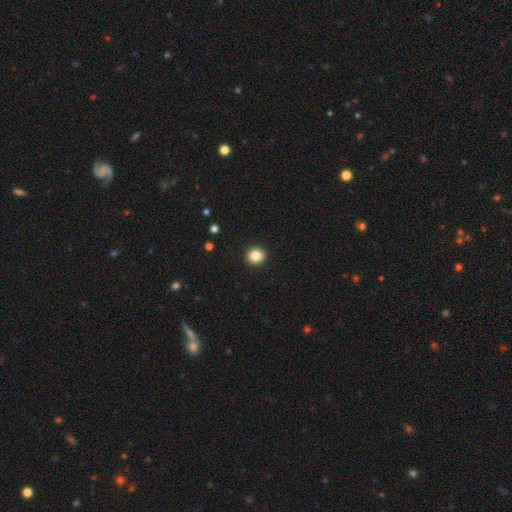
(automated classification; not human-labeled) Smooth or featured?
  - smooth: 85% *
  - star or artifact: 10%
  - featured or disk: 5%
How rounded?
  - round: 86% *
  - in between: 13%
  - cigar-shaped: 1%
Merging?
  - none: 93% *
  - minor disturbance: 5%
  - major disturbance: 2%
  - merger: 1%